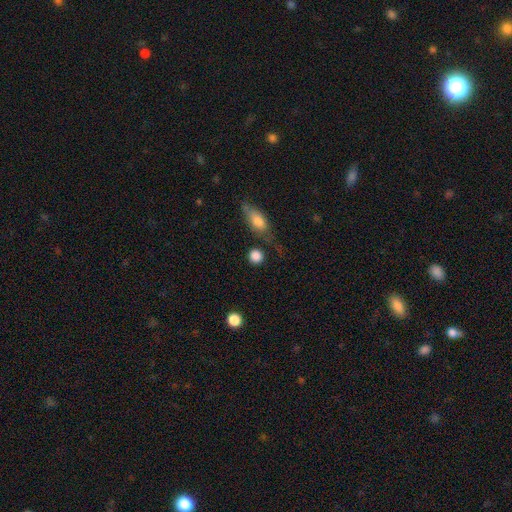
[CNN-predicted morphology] Smooth or featured?
  - smooth: 86% *
  - star or artifact: 9%
  - featured or disk: 5%
How rounded?
  - round: 89% *
  - in between: 9%
  - cigar-shaped: 2%
Merging?
  - none: 77% *
  - minor disturbance: 11%
  - merger: 8%
  - major disturbance: 5%